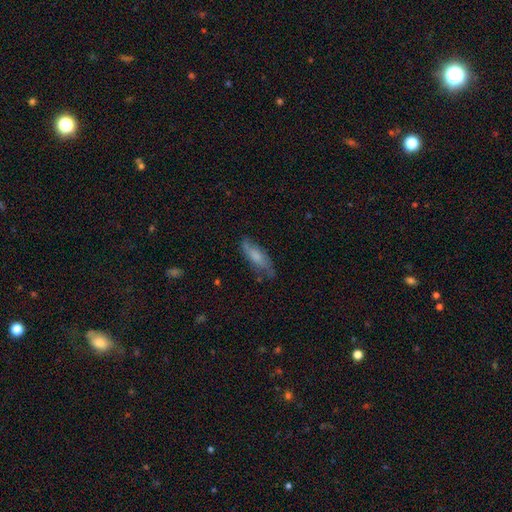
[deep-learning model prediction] Morphology: type=smooth (60%); roundness=in between (49%, tied with cigar-shaped); merging=none (66%).